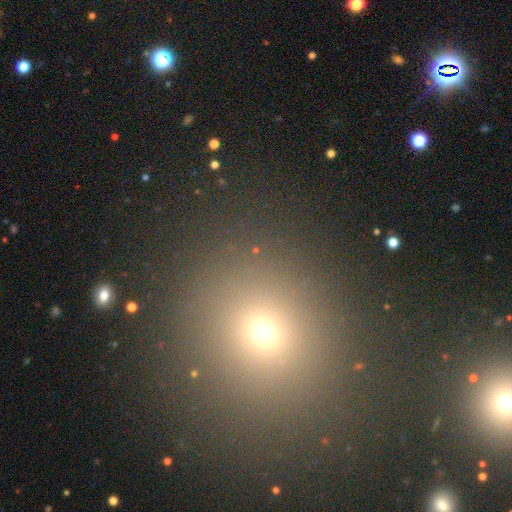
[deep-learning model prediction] Smooth or featured: smooth — 54% (star or artifact — 38%)
How rounded: round — 85% (in between — 14%)
Merging: none — 83% (minor disturbance — 7%)